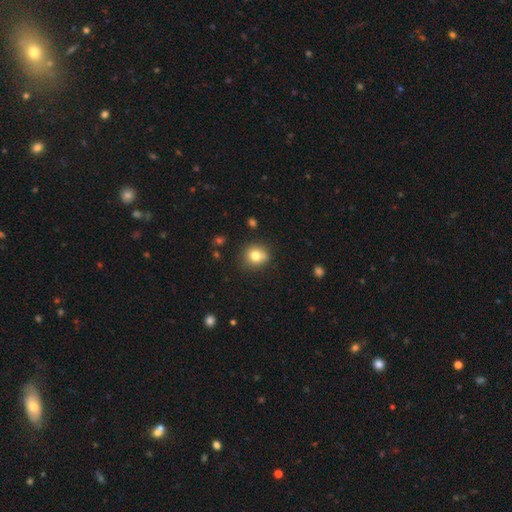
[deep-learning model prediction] smooth-or-featured: smooth: 78% | star or artifact: 12% | featured or disk: 11%
  how-rounded: round: 82% | in between: 17% | cigar-shaped: 1%
  merging: none: 77% | minor disturbance: 14% | merger: 5% | major disturbance: 4%